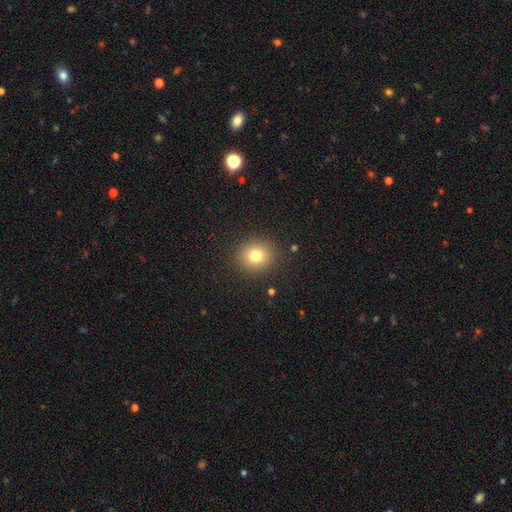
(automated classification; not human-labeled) smooth_or_featured: smooth (p=0.78) [alt: star or artifact p=0.13]
how_rounded: round (p=0.84) [alt: in between p=0.15]
merging: none (p=0.90) [alt: minor disturbance p=0.07]